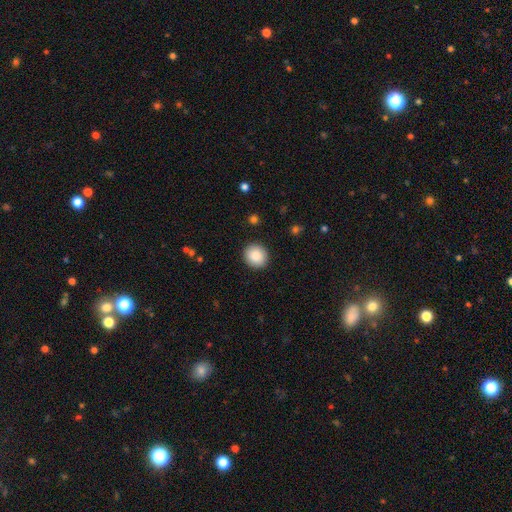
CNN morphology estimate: Smooth or featured?
  - smooth: 88% *
  - star or artifact: 8%
  - featured or disk: 4%
How rounded?
  - round: 87% *
  - in between: 12%
  - cigar-shaped: 1%
Merging?
  - none: 91% *
  - minor disturbance: 6%
  - major disturbance: 2%
  - merger: 1%